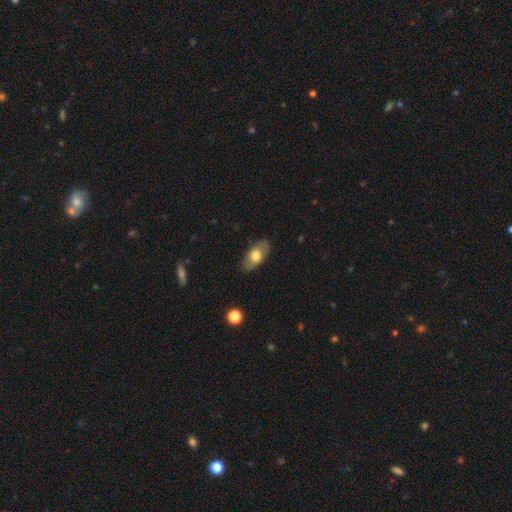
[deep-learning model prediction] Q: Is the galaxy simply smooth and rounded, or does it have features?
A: smooth — 65%.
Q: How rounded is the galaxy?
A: in between — 91%.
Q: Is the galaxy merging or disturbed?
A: none — 83%.